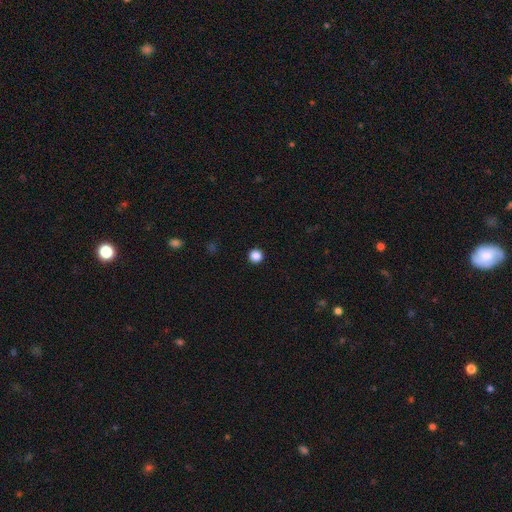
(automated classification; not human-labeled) Morphology: type=smooth (87%); roundness=round (96%); merging=none (94%).